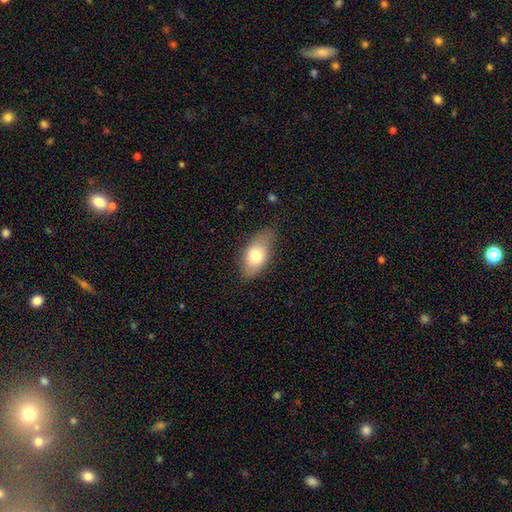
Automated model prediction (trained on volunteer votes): Smooth or featured? smooth (74%)
How rounded? in between (90%)
Merging? none (74%)